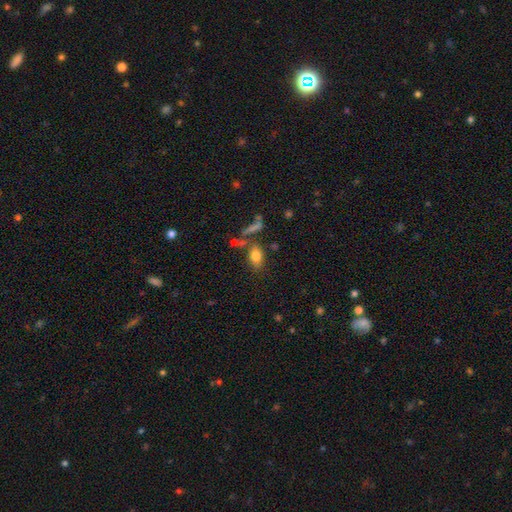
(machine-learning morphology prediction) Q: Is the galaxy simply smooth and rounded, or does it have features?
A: smooth — 78%.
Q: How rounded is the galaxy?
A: in between — 83%.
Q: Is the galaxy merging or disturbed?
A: none — 65%.